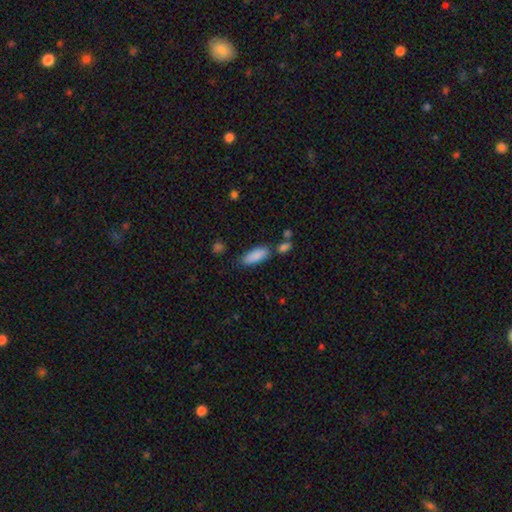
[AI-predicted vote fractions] Morphology: type=smooth (87%); roundness=in between (72%); merging=none (69%).